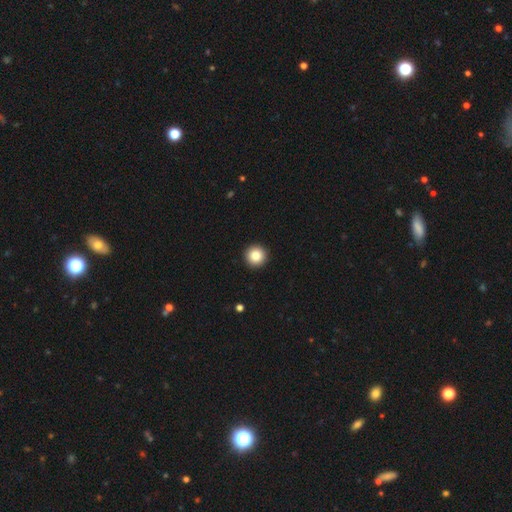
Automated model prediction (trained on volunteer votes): A smooth galaxy with no disk features (85%) that is round (96%). Merging: none (94%).